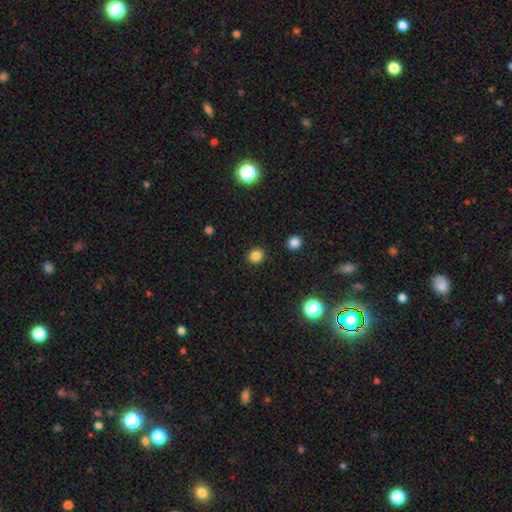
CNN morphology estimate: Smooth or featured: smooth — 84% (star or artifact — 13%)
How rounded: round — 81% (in between — 18%)
Merging: none — 90% (minor disturbance — 6%)